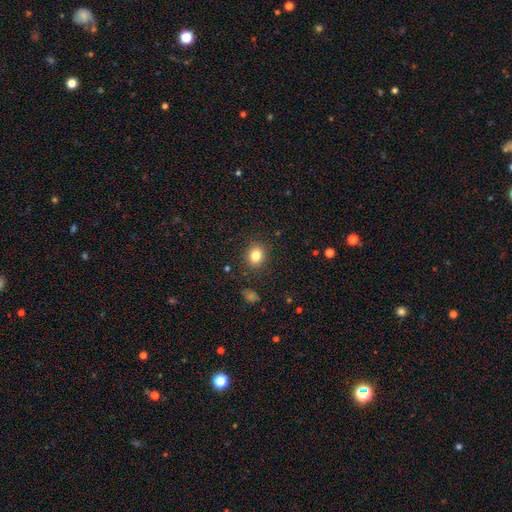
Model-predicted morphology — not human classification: smooth-or-featured: smooth: 82% | star or artifact: 11% | featured or disk: 6%
  how-rounded: round: 74% | in between: 25% | cigar-shaped: 1%
  merging: none: 89% | minor disturbance: 7% | major disturbance: 2% | merger: 1%